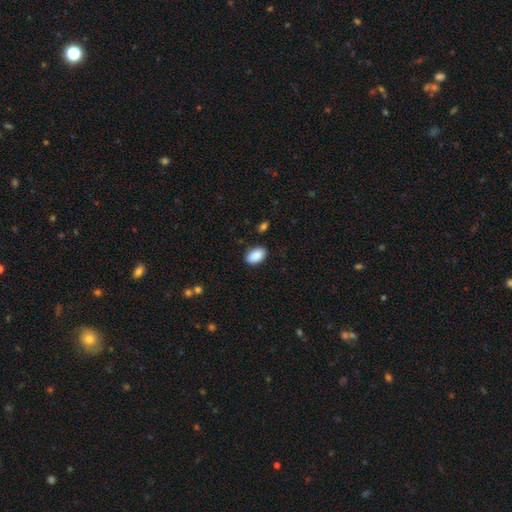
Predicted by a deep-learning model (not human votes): A smooth galaxy with no disk features (90%) that is in between round and cigar-shaped (93%). Merging: none (87%).